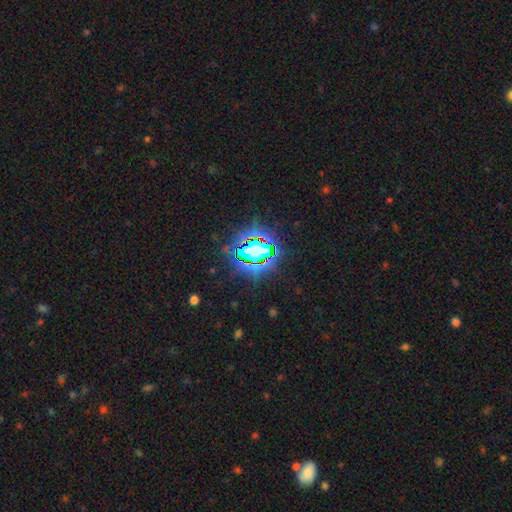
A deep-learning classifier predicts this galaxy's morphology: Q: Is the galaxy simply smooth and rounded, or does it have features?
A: star or artifact — 84%.